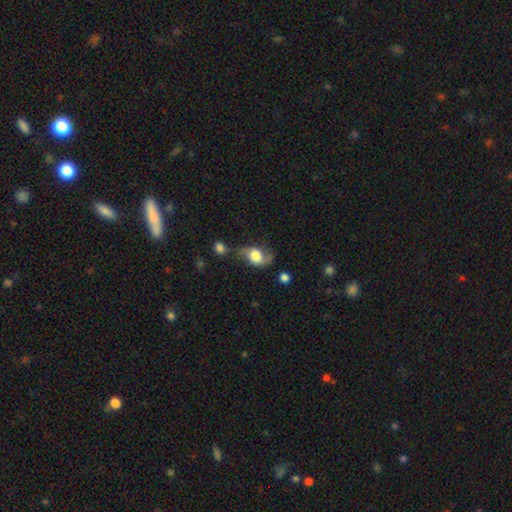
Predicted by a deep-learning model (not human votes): A smooth galaxy with no disk features (49%). Merging: none (48%).